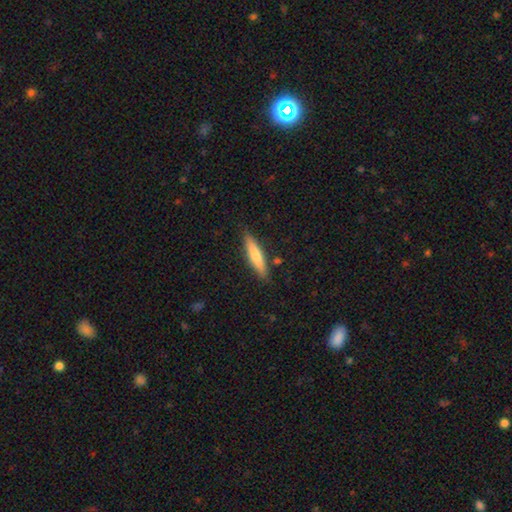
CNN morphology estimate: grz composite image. It shows a smooth galaxy with no disk features (67%) that is cigar-shaped (83%). Merging: none (85%).